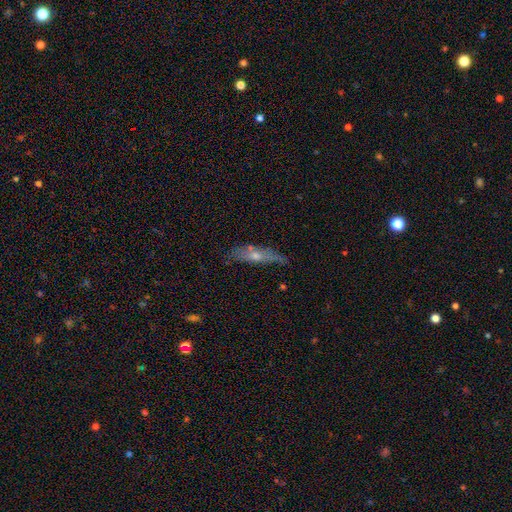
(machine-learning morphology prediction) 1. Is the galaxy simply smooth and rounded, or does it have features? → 53% featured or disk, 37% smooth, 10% star or artifact.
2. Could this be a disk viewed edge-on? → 70% yes, 30% no.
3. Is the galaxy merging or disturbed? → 65% none, 24% minor disturbance, 8% major disturbance, 3% merger.